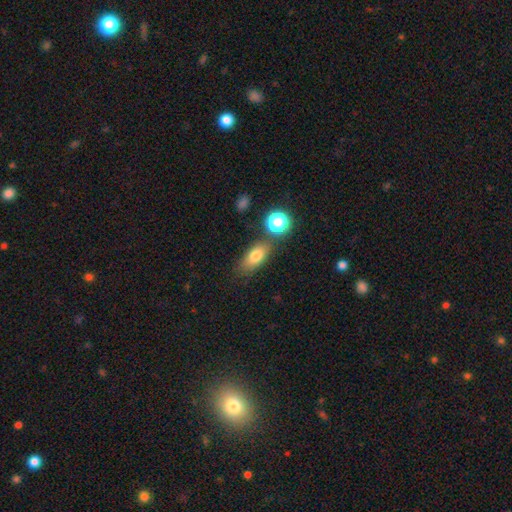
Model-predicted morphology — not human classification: smooth-or-featured: smooth: 77% | featured or disk: 13% | star or artifact: 11%
  how-rounded: in between: 77% | cigar-shaped: 13% | round: 10%
  merging: none: 73% | minor disturbance: 14% | merger: 9% | major disturbance: 4%